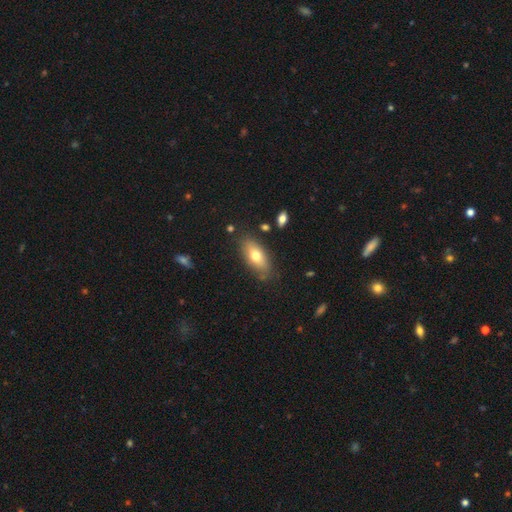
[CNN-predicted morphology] smooth-or-featured: smooth: 71% | featured or disk: 22% | star or artifact: 7%
  how-rounded: in between: 83% | cigar-shaped: 14% | round: 4%
  merging: none: 79% | minor disturbance: 14% | major disturbance: 4% | merger: 3%